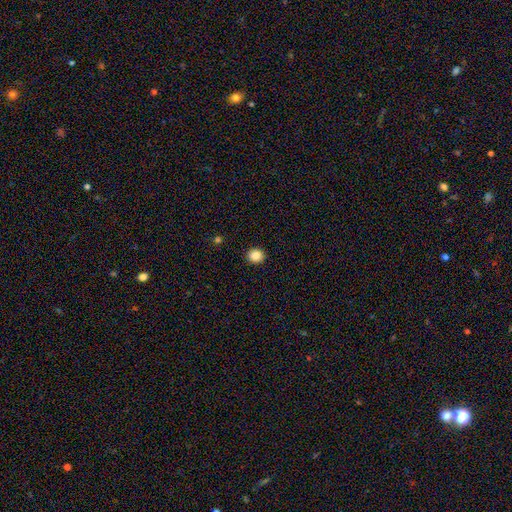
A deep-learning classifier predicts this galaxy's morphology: This appears to be a smooth galaxy with no disk features (87%) that is round (88%). Merging: none (93%).